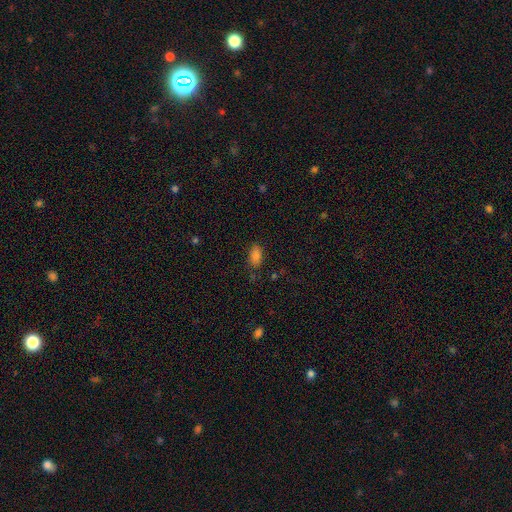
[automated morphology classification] Q: Smooth or featured?
A: smooth (82%); runner-up: star or artifact (11%)
Q: How rounded?
A: in between (91%); runner-up: round (5%)
Q: Merging?
A: none (78%); runner-up: minor disturbance (16%)